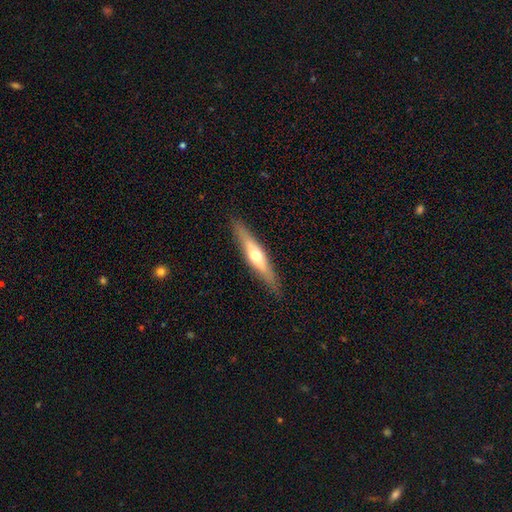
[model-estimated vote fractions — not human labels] The model was most divided on "smooth or featured": featured or disk: 56%, smooth: 39%, star or artifact: 6%. More confident: edge-on disk — yes (91%); edge-on bulge — rounded (90%); merging — none (87%).